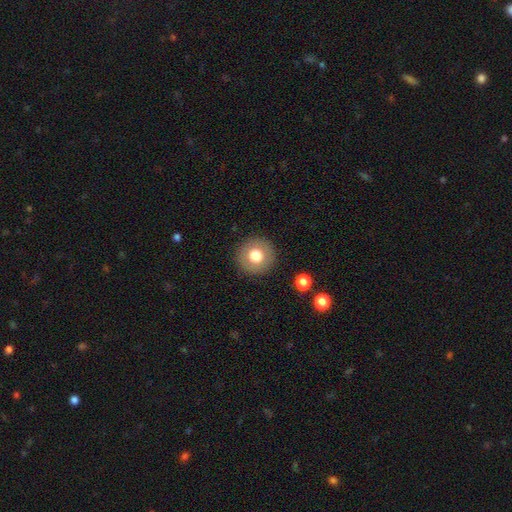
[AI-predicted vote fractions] A smooth galaxy with no disk features (75%) that is round (95%).

Vote fractions:
- Smooth or featured? smooth: 75% / featured or disk: 16% / star or artifact: 9%
- How rounded? round: 95% / in between: 4% / cigar-shaped: 1%
- Merging? none: 90% / minor disturbance: 6% / major disturbance: 2% / merger: 1%